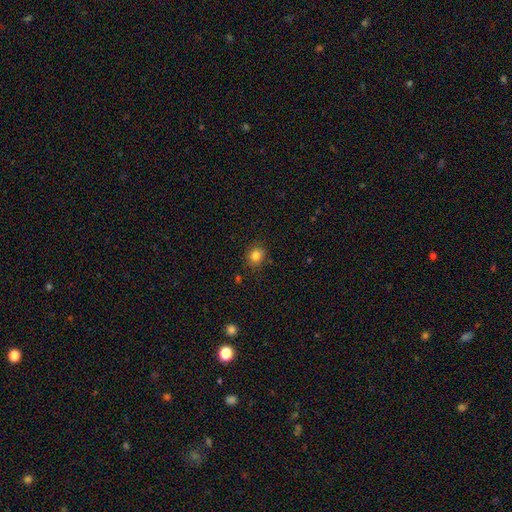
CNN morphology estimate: A smooth galaxy with no disk features (82%) that is round (76%). Merging: none (85%).